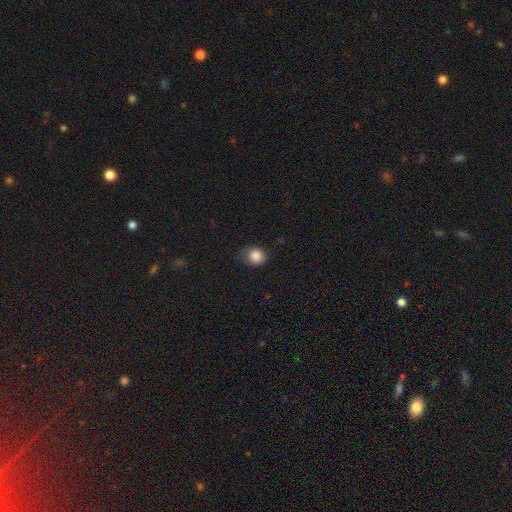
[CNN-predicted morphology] Smooth or featured? Predicted: smooth (p=0.85). How rounded? Predicted: round (p=0.72). Merging? Predicted: none (p=0.57).